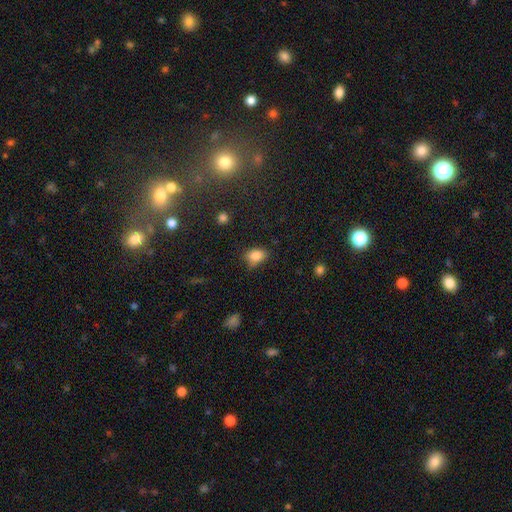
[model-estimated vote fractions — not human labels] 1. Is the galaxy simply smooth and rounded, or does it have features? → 84% smooth, 10% star or artifact, 6% featured or disk.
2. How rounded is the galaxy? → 79% in between, 19% round, 2% cigar-shaped.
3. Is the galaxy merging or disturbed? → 63% none, 28% minor disturbance, 6% major disturbance, 3% merger.